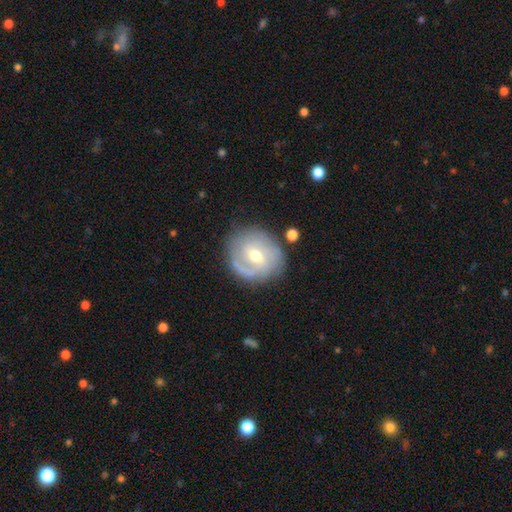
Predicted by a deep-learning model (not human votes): Smooth or featured? featured or disk (71%)
Edge-on disk? no (97%)
Bar? weak (48%)
Spiral arms? yes (85%)
Spiral winding? tight (47%)
Spiral arm count? 2 (43%)
Bulge size? moderate (64%)
Merging? none (75%)